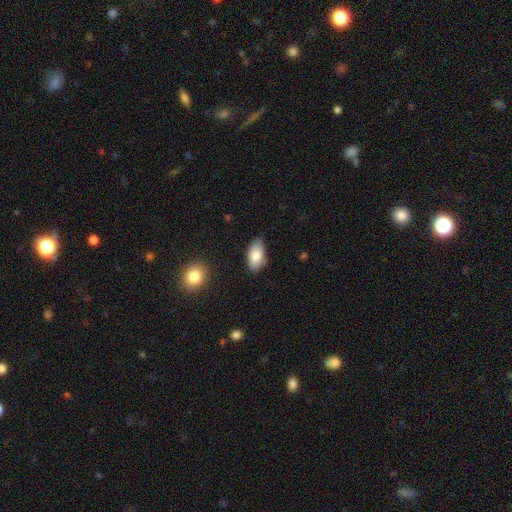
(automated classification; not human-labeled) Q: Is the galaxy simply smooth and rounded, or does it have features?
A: smooth — 83%.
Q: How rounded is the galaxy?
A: in between — 93%.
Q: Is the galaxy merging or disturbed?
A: none — 80%.